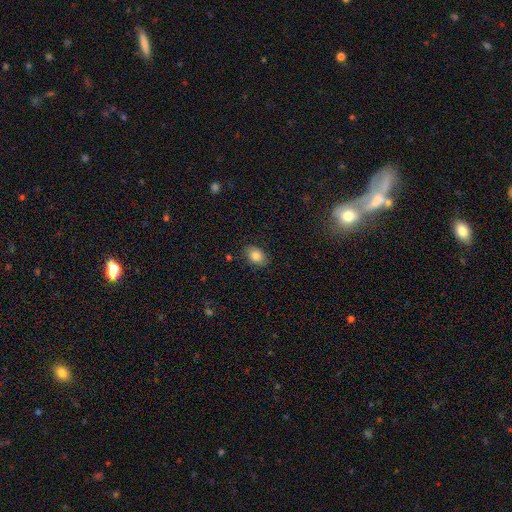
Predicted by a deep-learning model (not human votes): This appears to be a smooth galaxy with no disk features (84%) that is in between round and cigar-shaped (78%). Merging: none (84%).